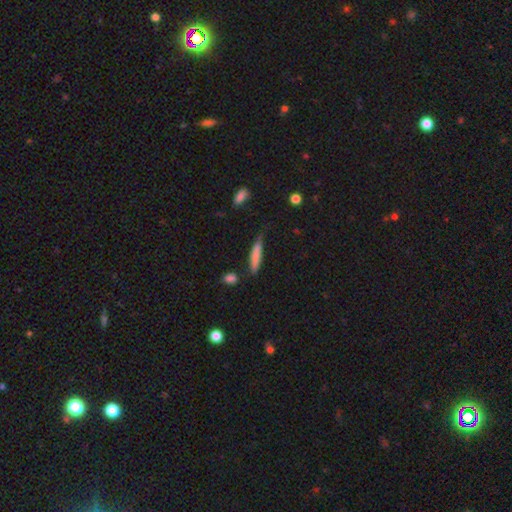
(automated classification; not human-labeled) A smooth galaxy with no disk features (78%) that is cigar-shaped (84%). Merging: none (60%).